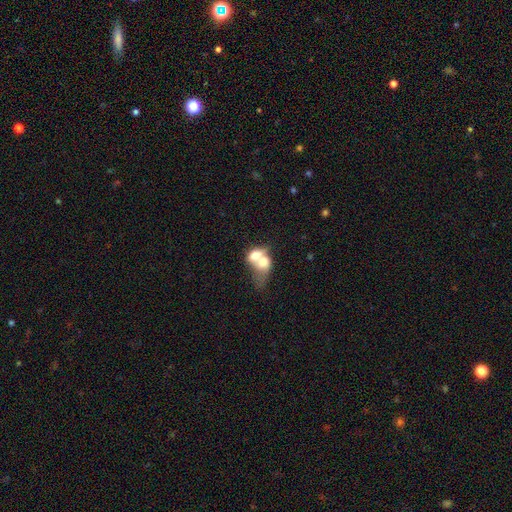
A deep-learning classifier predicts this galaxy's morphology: Smooth or featured: smooth — 63% (featured or disk — 29%)
How rounded: in between — 64% (round — 33%)
Merging: merger — 80% (none — 9%)